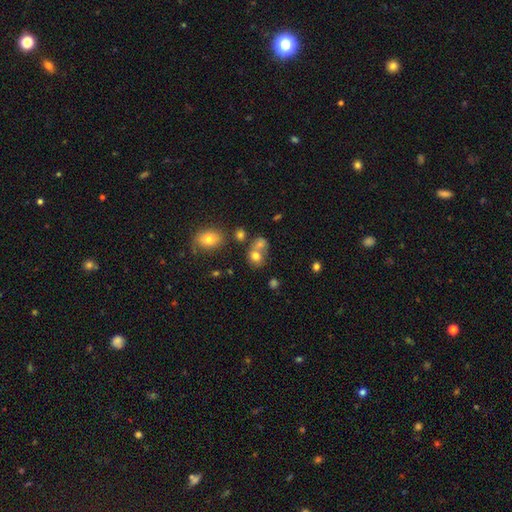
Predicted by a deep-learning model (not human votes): Overall: smooth (72%). How rounded: round (62%; in between 37%). Merging: merger (46%; none 38%).